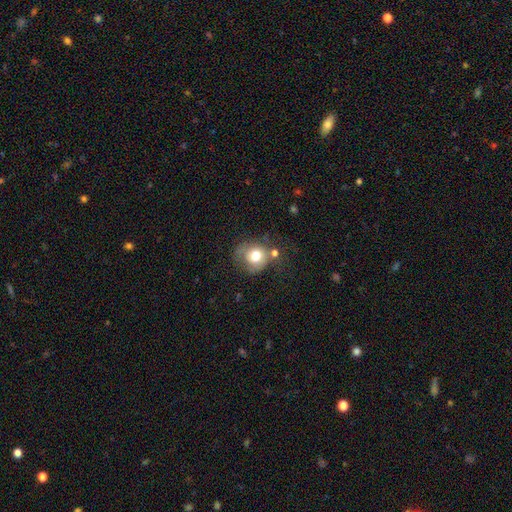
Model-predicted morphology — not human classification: The model was most divided on "merging": none: 43%, minor disturbance: 24%, major disturbance: 18%, merger: 14%. More confident: how rounded — round (73%); smooth or featured — smooth (66%).